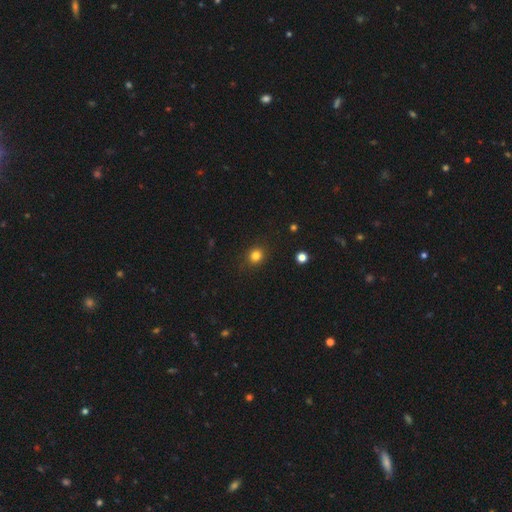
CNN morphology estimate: Q: Smooth or featured?
A: smooth (81%); runner-up: star or artifact (13%)
Q: How rounded?
A: round (81%); runner-up: in between (18%)
Q: Merging?
A: none (88%); runner-up: minor disturbance (8%)